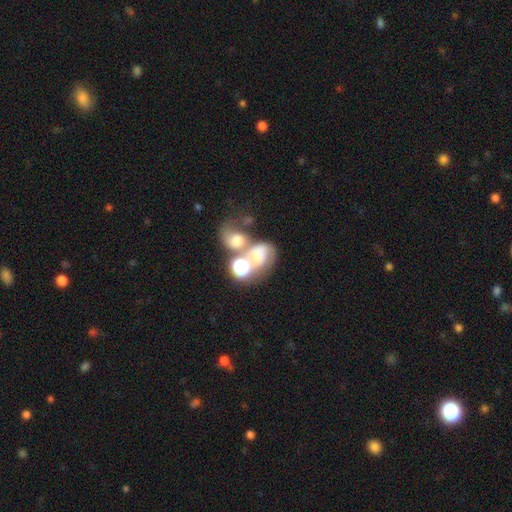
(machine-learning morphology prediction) Overall: smooth (51%; featured or disk 32%). How rounded: in between (54%; round 45%). Merging: merger (57%; none 18%).